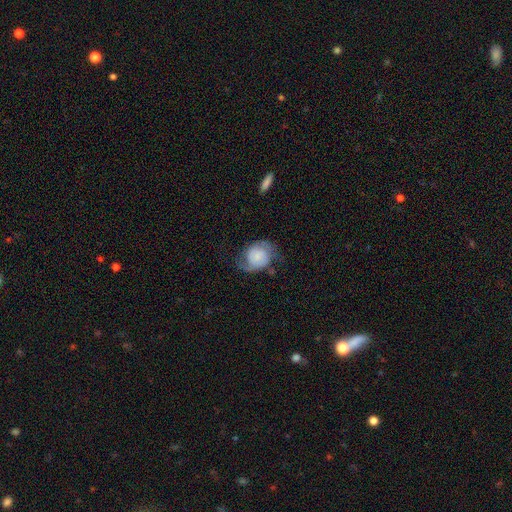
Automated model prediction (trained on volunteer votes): featured or disk 64%, smooth 29%, star or artifact 8%. Down the decision tree: edge-on disk — no (97%); bar — no (74%); spiral arms — yes (90%); spiral arm count — 2 (83%); spiral winding — medium (43%); bulge size — small (47%); merging — none (58%).